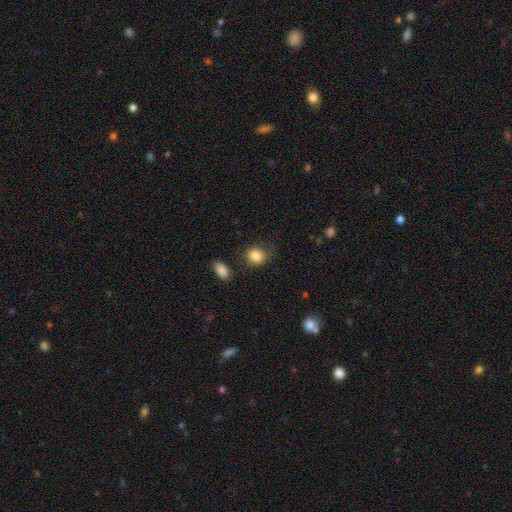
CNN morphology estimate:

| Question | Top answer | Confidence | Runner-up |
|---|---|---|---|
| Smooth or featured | smooth | 86% | star or artifact (9%) |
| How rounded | round | 68% | in between (31%) |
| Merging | none | 75% | minor disturbance (16%) |